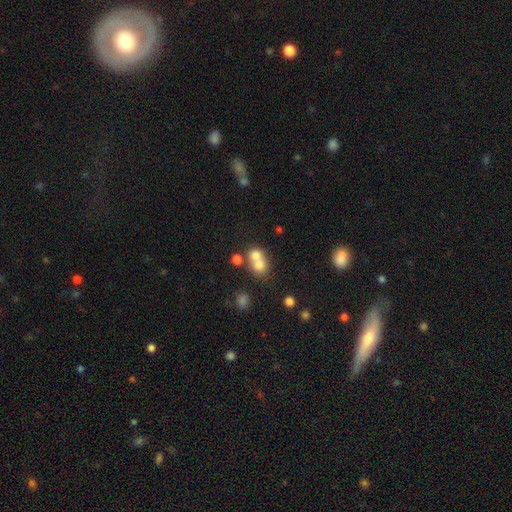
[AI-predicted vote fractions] Overall: smooth (70%). How rounded: round (74%). Merging: merger (62%; none 29%).